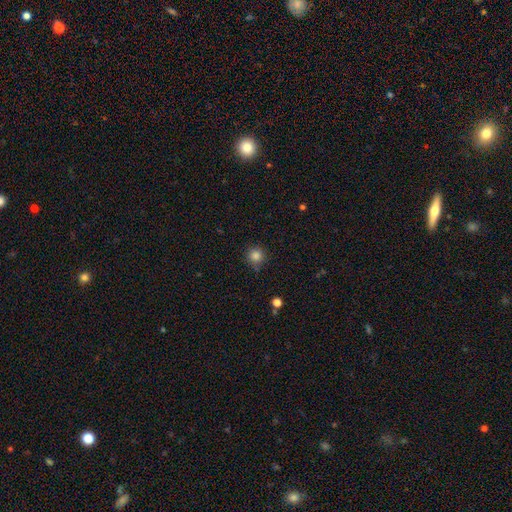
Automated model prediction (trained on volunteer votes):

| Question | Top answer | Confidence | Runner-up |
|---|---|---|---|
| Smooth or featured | smooth | 84% | star or artifact (12%) |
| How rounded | round | 94% | in between (5%) |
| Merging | none | 83% | minor disturbance (11%) |